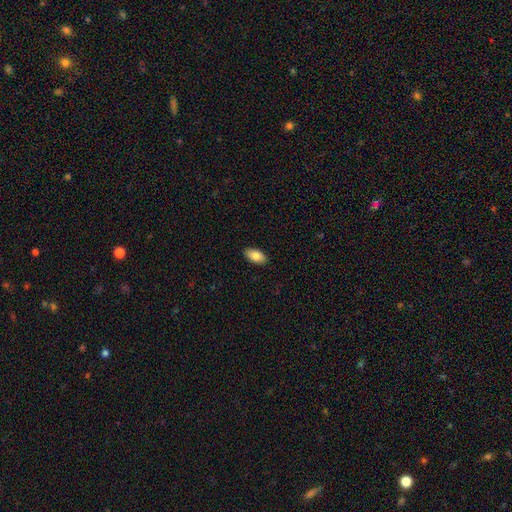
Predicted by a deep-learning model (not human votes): Morphology: type=smooth (82%); roundness=in between (94%); merging=none (90%).